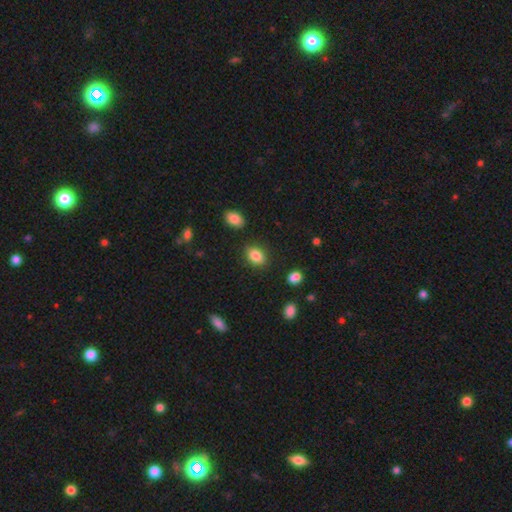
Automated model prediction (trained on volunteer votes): Morphology: type=smooth (85%); roundness=in between (77%); merging=none (84%).